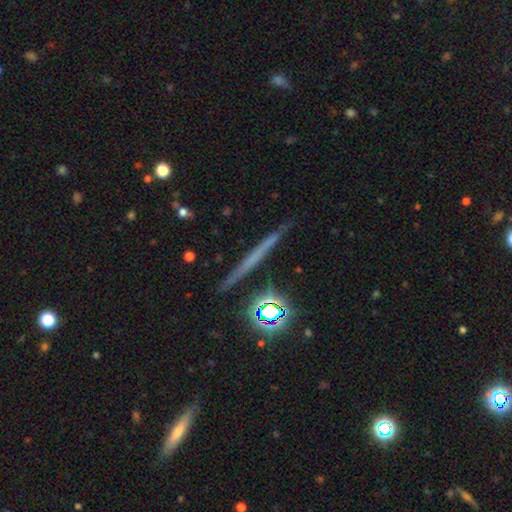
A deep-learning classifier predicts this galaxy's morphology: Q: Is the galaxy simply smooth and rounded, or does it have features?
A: featured or disk — 53%.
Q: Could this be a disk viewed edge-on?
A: yes — 96%.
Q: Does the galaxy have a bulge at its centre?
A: none — 87%.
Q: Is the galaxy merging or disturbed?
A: none — 90%.